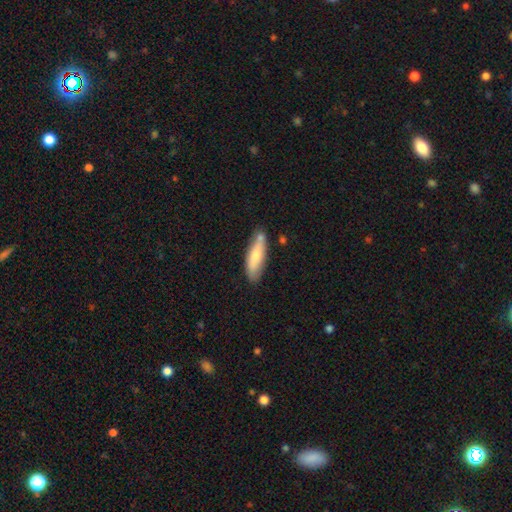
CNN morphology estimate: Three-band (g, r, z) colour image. It shows a smooth galaxy with no disk features (70%) that is cigar-shaped (57%). Merging: none (66%).